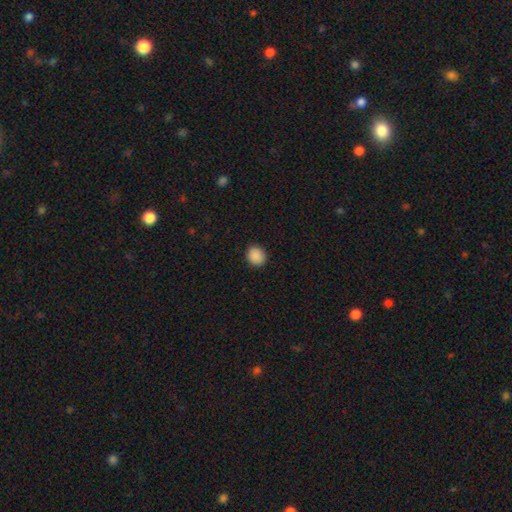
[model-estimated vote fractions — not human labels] A smooth galaxy with no disk features (89%) that is round (80%). Merging: none (90%).